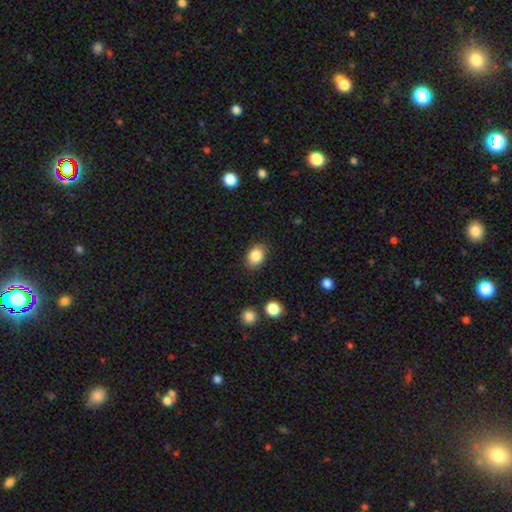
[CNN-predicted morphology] Smooth or featured? smooth (86%)
How rounded? in between (63%)
Merging? none (84%)